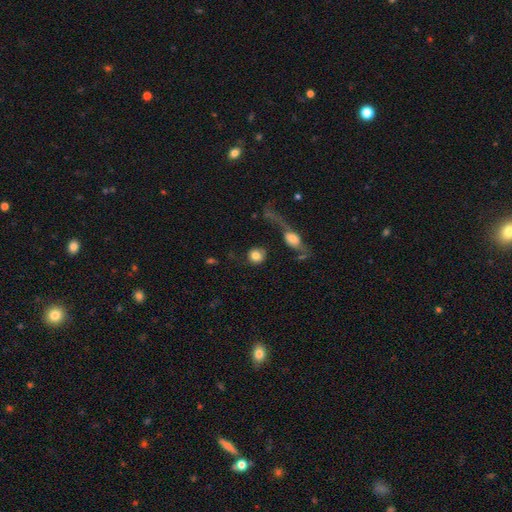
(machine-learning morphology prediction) The model was most divided on "merging": none: 66%, merger: 12%, minor disturbance: 12%, major disturbance: 11%. More confident: how rounded — round (88%); smooth or featured — smooth (81%).